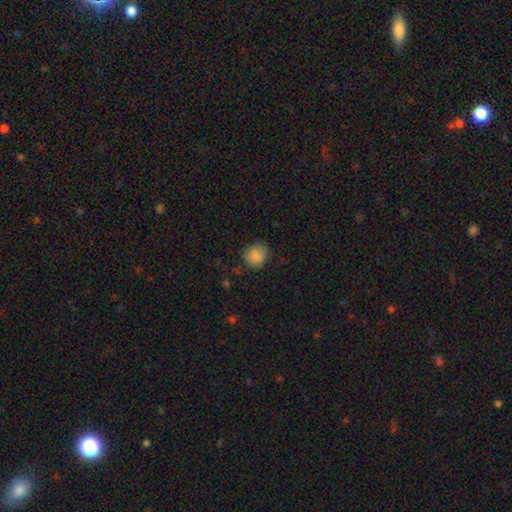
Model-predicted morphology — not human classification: This is clearly a smooth galaxy (86%). How rounded: likely round (78%). Merging: likely none (75%).